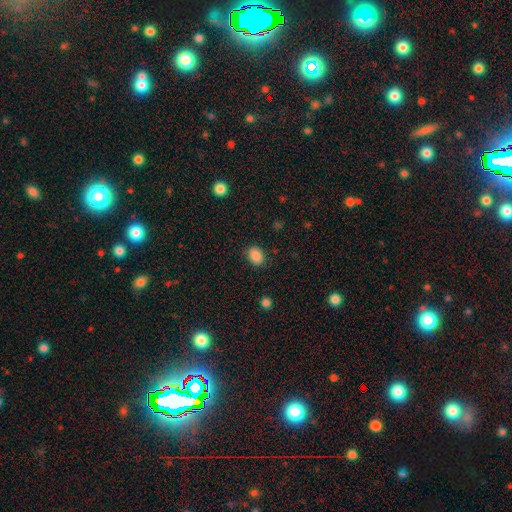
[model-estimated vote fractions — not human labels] A smooth galaxy with no disk features (88%) that is in between round and cigar-shaped (71%).

Vote fractions:
- Smooth or featured? smooth: 88% / star or artifact: 9% / featured or disk: 3%
- How rounded? in between: 71% / round: 28% / cigar-shaped: 1%
- Merging? none: 86% / minor disturbance: 10% / major disturbance: 3% / merger: 1%